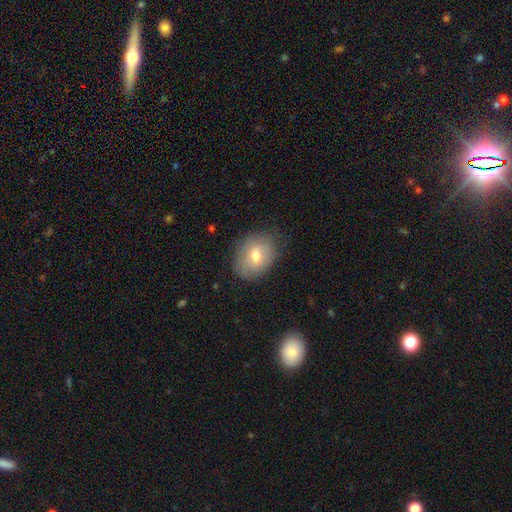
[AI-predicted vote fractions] Smooth or featured? smooth (66%)
How rounded? in between (64%)
Merging? none (76%)